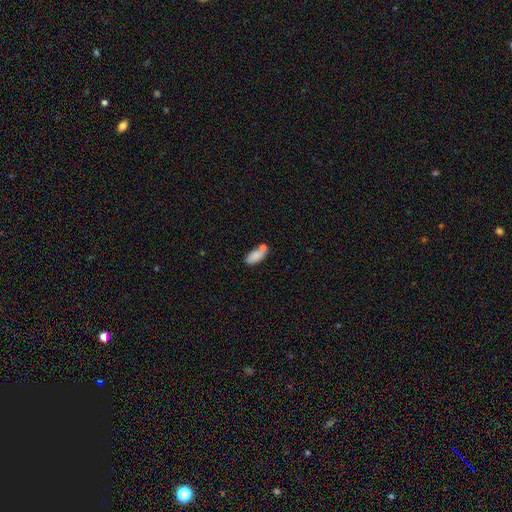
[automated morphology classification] A smooth galaxy with no disk features (82%) that is in between round and cigar-shaped (87%). Merging: none (50%).